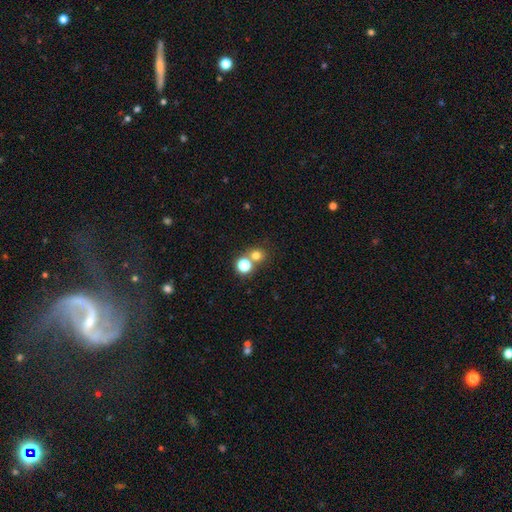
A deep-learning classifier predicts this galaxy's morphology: smooth-or-featured: smooth: 73% | star or artifact: 19% | featured or disk: 8%
  how-rounded: round: 86% | in between: 13% | cigar-shaped: 1%
  merging: none: 58% | merger: 33% | minor disturbance: 6% | major disturbance: 3%